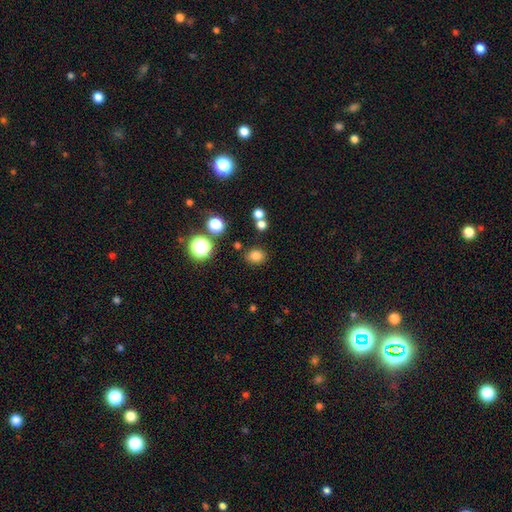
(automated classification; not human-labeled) Morphology: type=smooth (79%); roundness=round (59%); merging=none (82%).